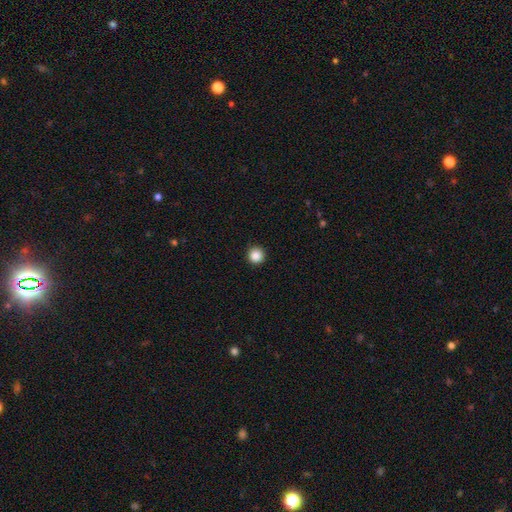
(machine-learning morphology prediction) This appears to be a smooth galaxy with no disk features (87%) that is round (96%). Merging: none (93%).